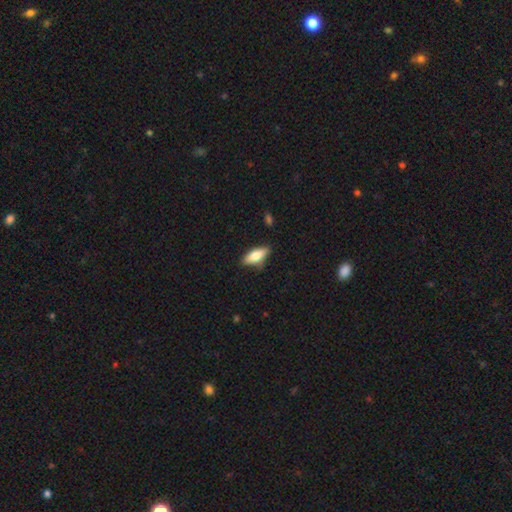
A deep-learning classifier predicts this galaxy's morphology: This is likely a smooth galaxy (68%). How rounded: likely in between (71%). Merging: likely none (77%).